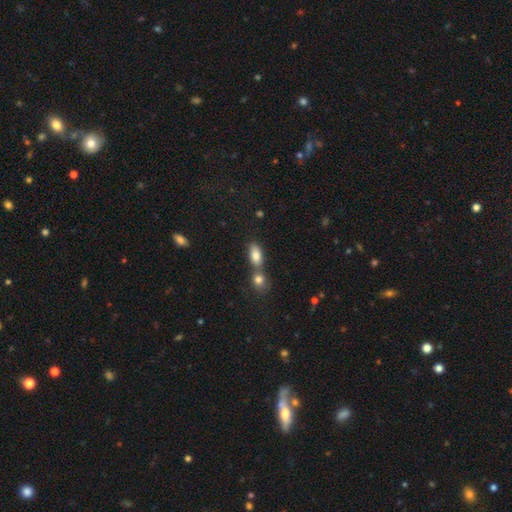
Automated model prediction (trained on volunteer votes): Smooth or featured? Predicted: smooth (p=0.82). How rounded? Predicted: in between (p=0.85). Merging? Predicted: merger (p=0.46).